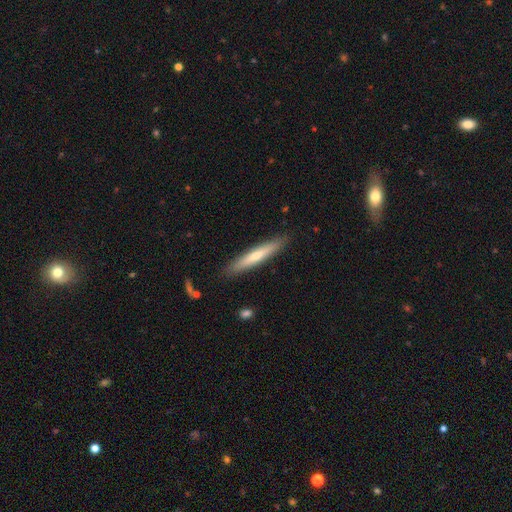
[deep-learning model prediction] Smooth or featured? Predicted: smooth (p=0.55). How rounded? Predicted: cigar-shaped (p=0.93). Merging? Predicted: none (p=0.89).